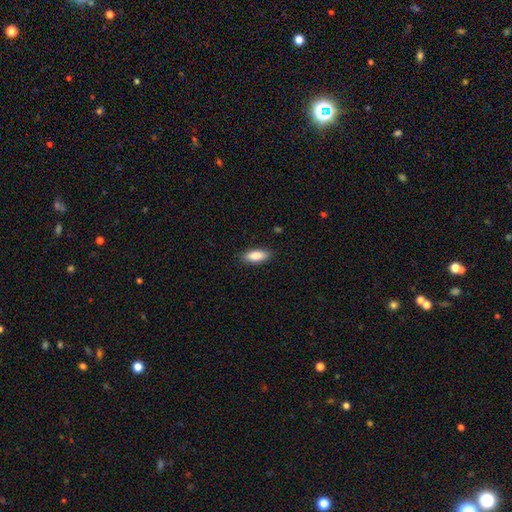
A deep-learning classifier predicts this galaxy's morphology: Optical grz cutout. It shows a smooth galaxy with no disk features (86%) that is in between round and cigar-shaped (77%). Merging: none (86%).